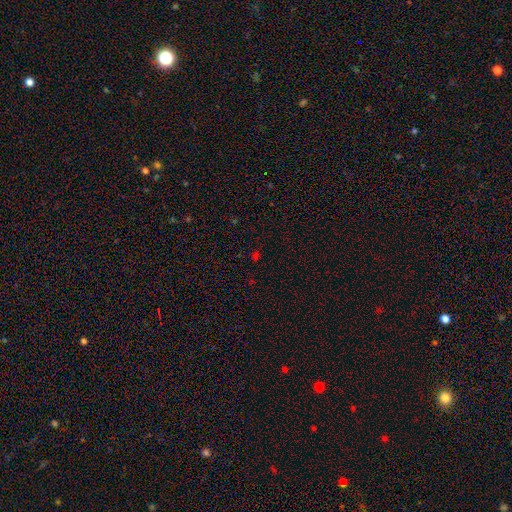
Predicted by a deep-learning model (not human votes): This is possibly a star or artifact rather than a galaxy (55%).